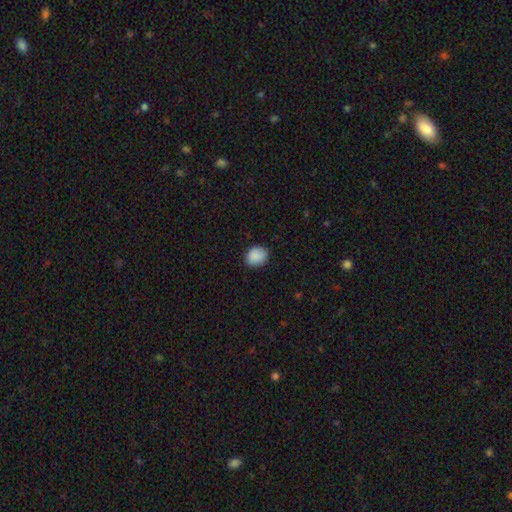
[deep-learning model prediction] Smooth or featured: smooth — 89% (star or artifact — 8%)
How rounded: round — 66% (in between — 33%)
Merging: none — 86% (minor disturbance — 10%)